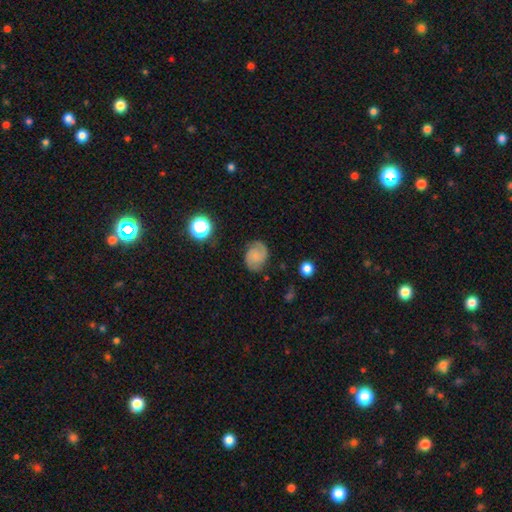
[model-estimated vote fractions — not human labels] Morphology: type=featured or disk (52%); edge-on=no (97%); bar=no (66%); spiral arms=yes (91%); bulge=small (43%); merging=none (72%).